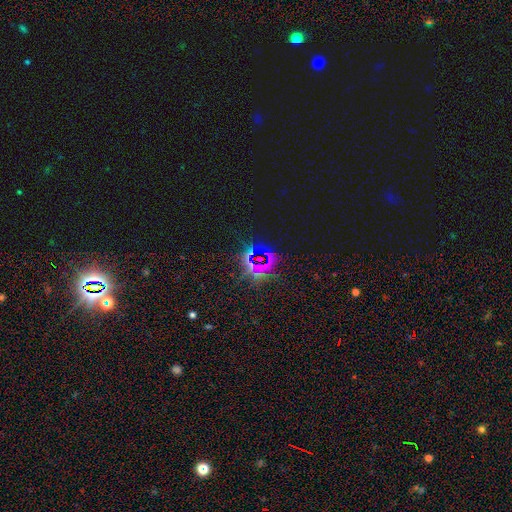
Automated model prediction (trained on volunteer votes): The model was most divided on "smooth or featured": star or artifact: 80%, smooth: 11%, featured or disk: 9%.